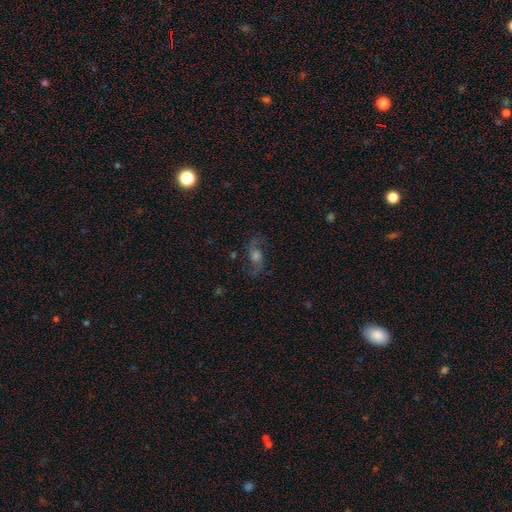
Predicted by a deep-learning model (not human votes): Overall: featured or disk (72%). Edge-on disk: no (94%). Bar: no (55%; weak 36%). Spiral arms: yes (94%). Spiral arm count: 2 (92%). Spiral winding: loose (63%; medium 31%). Bulge size: moderate (46%; large 23%). Merging: none (77%).